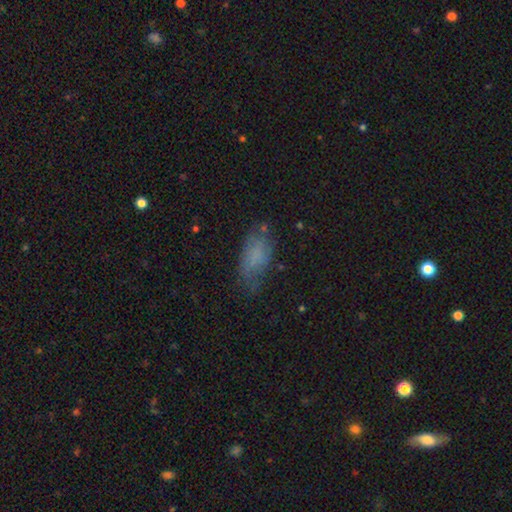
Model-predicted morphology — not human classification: Smooth or featured?
  - smooth: 69% *
  - featured or disk: 21%
  - star or artifact: 11%
How rounded?
  - in between: 86% *
  - cigar-shaped: 11%
  - round: 3%
Merging?
  - none: 55% *
  - minor disturbance: 29%
  - major disturbance: 13%
  - merger: 3%